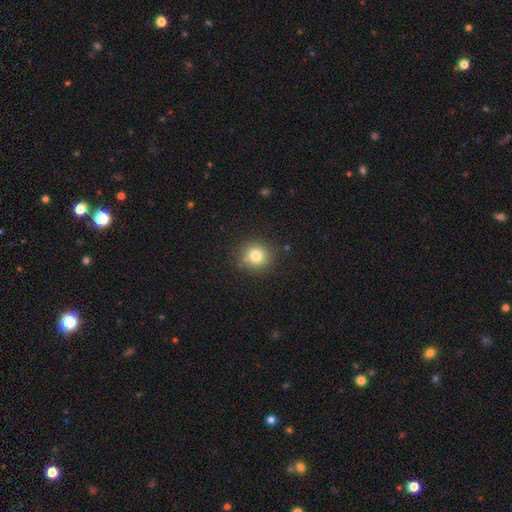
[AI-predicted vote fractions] This is clearly a smooth galaxy (80%). How rounded: clearly round (90%). Merging: clearly none (85%).